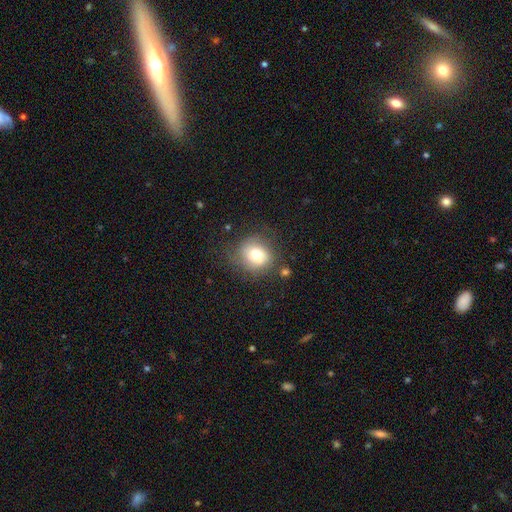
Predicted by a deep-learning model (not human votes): This is likely a smooth galaxy (70%). How rounded: likely round (72%). Merging: likely none (66%).